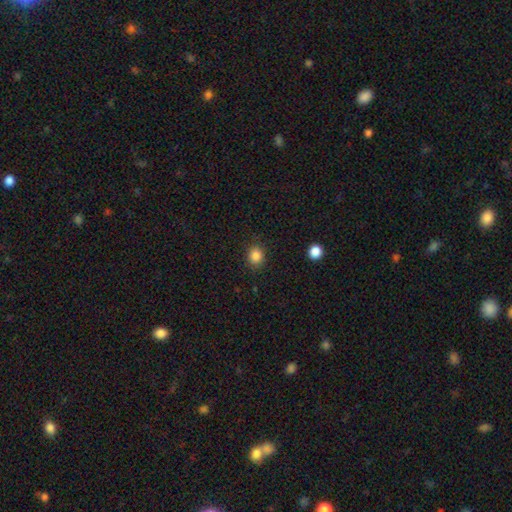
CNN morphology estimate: A smooth galaxy with no disk features (86%) that is round (71%).

Vote fractions:
- Smooth or featured? smooth: 86% / star or artifact: 11% / featured or disk: 4%
- How rounded? round: 71% / in between: 28% / cigar-shaped: 1%
- Merging? none: 87% / minor disturbance: 9% / major disturbance: 3% / merger: 1%